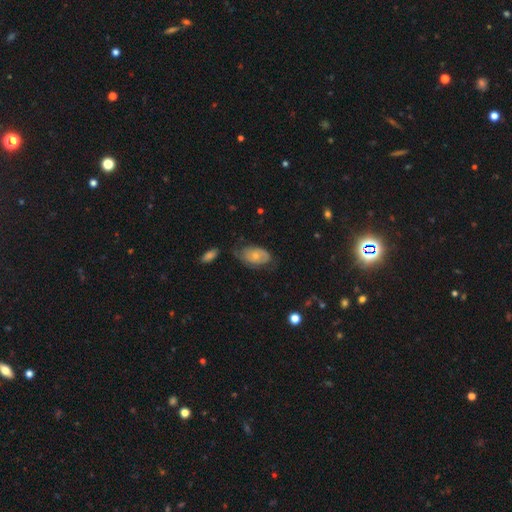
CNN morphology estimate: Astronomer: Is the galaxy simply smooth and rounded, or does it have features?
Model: smooth — 48% (runner-up: featured or disk, 45%).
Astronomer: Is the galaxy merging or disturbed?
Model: none — 47% (runner-up: minor disturbance, 35%).